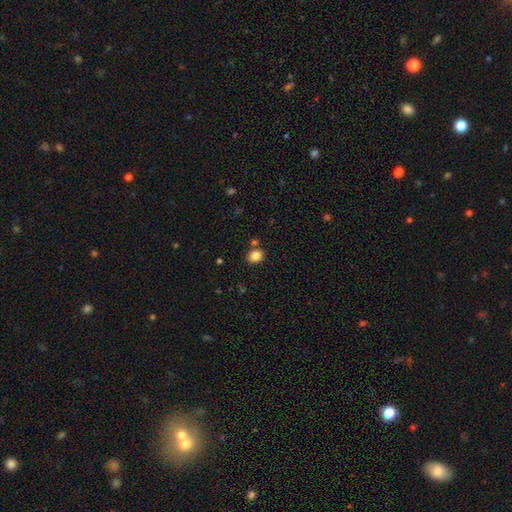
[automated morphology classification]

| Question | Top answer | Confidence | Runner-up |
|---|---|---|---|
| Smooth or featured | smooth | 83% | star or artifact (11%) |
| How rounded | round | 65% | in between (34%) |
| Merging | none | 82% | minor disturbance (9%) |